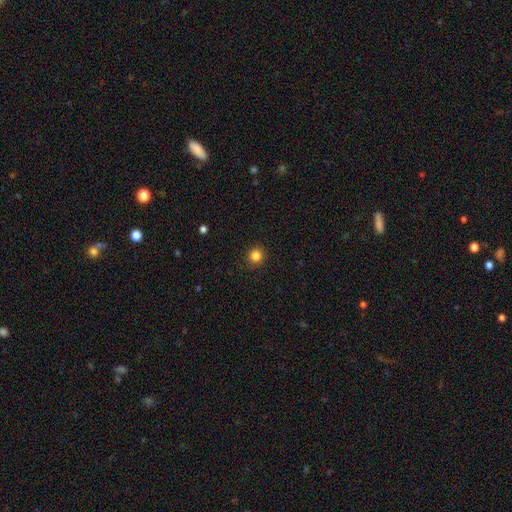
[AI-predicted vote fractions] The model was most divided on "smooth or featured": smooth: 84%, star or artifact: 12%, featured or disk: 4%. More confident: how rounded — round (94%); merging — none (92%).